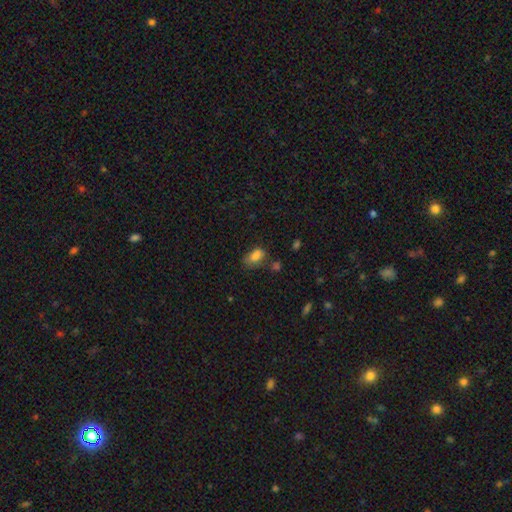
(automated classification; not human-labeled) Smooth or featured: smooth — 81% (star or artifact — 11%)
How rounded: in between — 87% (round — 9%)
Merging: none — 52% (minor disturbance — 29%)